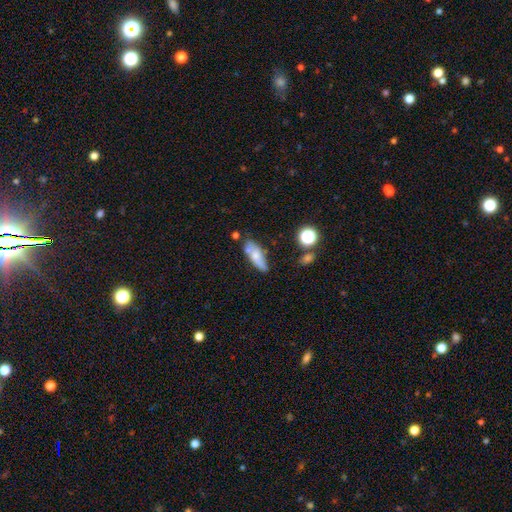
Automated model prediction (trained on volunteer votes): Smooth or featured?
  - smooth: 63% *
  - featured or disk: 28%
  - star or artifact: 9%
How rounded?
  - in between: 63% *
  - cigar-shaped: 34%
  - round: 3%
Merging?
  - none: 53% *
  - minor disturbance: 24%
  - merger: 15%
  - major disturbance: 8%